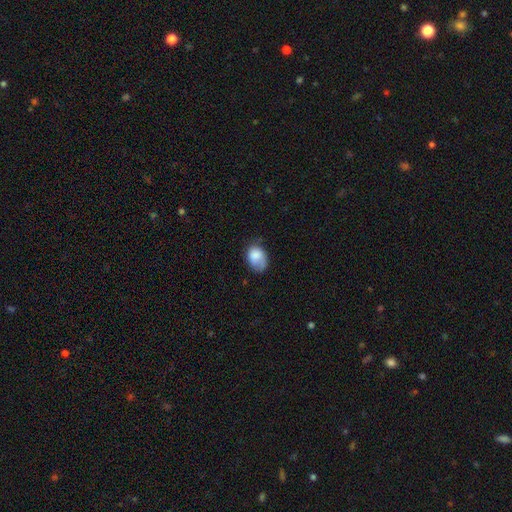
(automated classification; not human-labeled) This appears to be a smooth galaxy with no disk features (79%) that is in between round and cigar-shaped (77%). Merging: none (44%).